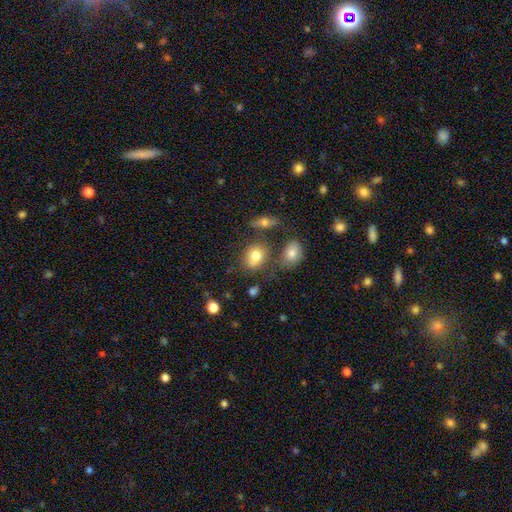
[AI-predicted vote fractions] smooth_or_featured: smooth (p=0.78) [alt: featured or disk p=0.12]
how_rounded: in between (p=0.60) [alt: round p=0.39]
merging: none (p=0.62) [alt: minor disturbance p=0.18]